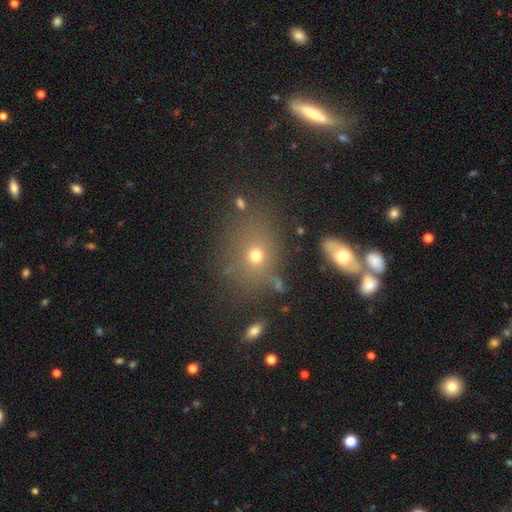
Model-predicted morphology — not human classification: Overall: smooth (65%). How rounded: round (59%; in between 39%). Merging: none (74%).